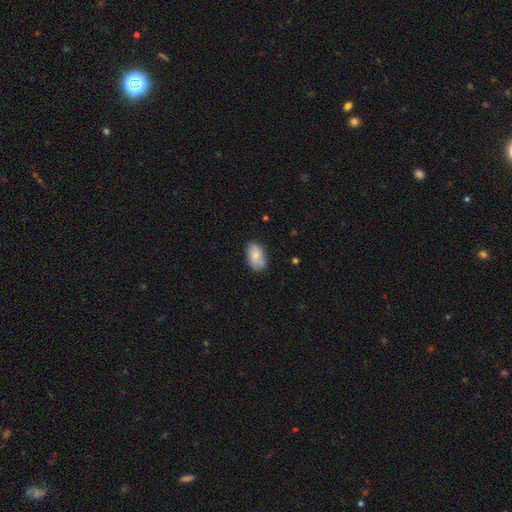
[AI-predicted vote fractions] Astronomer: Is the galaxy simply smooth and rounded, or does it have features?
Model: smooth — 76%.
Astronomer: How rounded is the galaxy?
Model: in between — 93%.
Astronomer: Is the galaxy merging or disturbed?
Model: none — 74%.